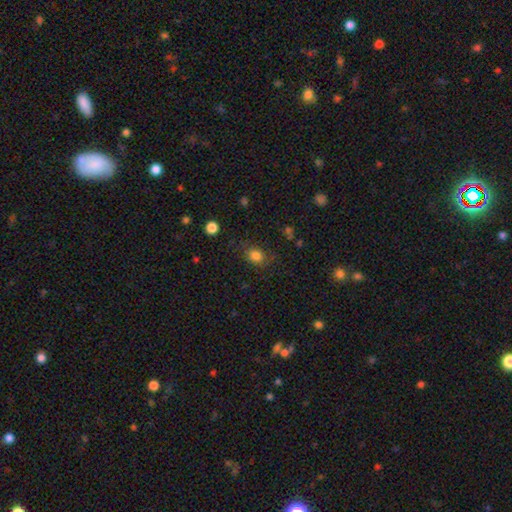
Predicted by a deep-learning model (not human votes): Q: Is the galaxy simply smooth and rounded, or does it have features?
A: smooth — 82%.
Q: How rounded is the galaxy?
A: round — 53%.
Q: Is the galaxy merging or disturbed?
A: none — 74%.